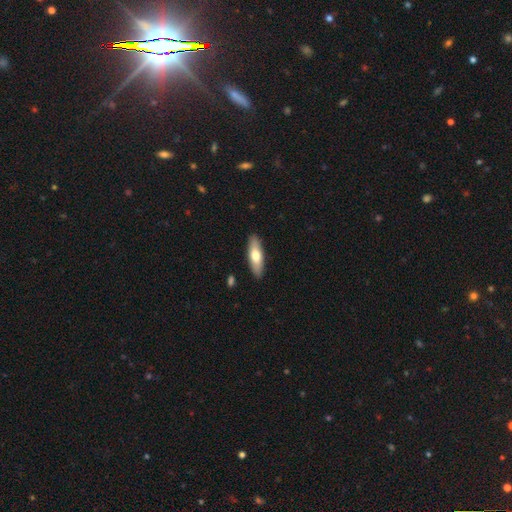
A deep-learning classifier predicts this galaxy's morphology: type=smooth (65%); roundness=in between (51%); merging=none (90%).